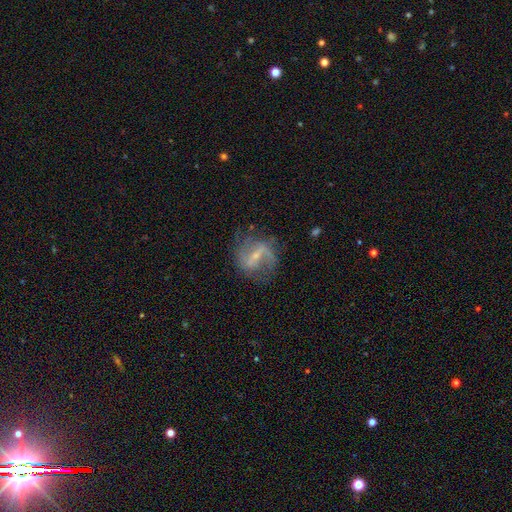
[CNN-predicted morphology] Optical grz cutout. It shows a featured or disk galaxy (78%) with a strong bar (47%), 2 (77%) loose (47%) spiral arms (82%) and a small central bulge (67%). Merging: none (64%).